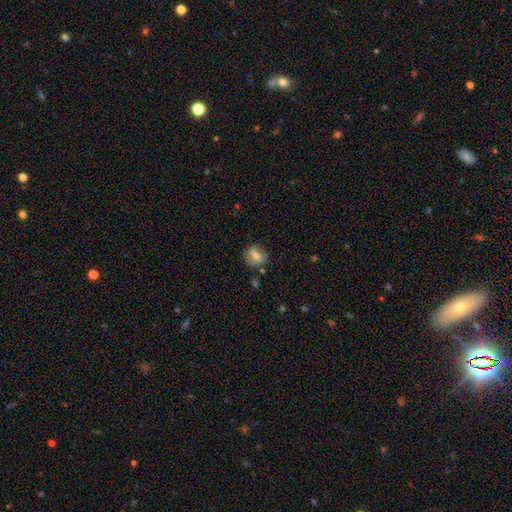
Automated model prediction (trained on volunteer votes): A smooth galaxy with no disk features (66%) that is in between round and cigar-shaped (55%). Merging: none (74%).